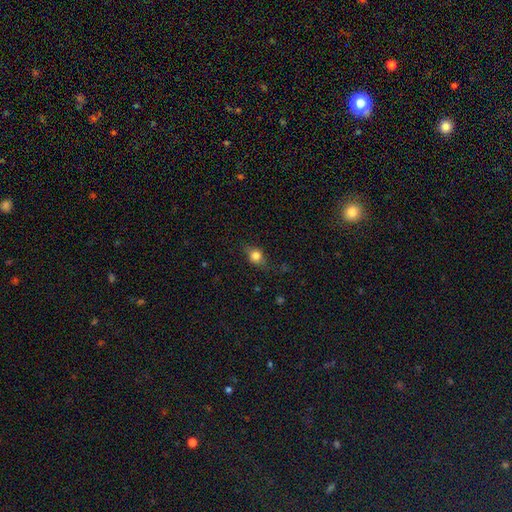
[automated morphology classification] This is likely a smooth galaxy (71%). How rounded: possibly round (51%). Merging: likely none (74%).